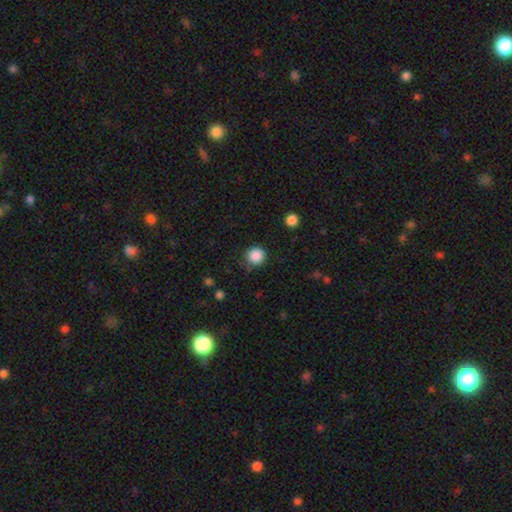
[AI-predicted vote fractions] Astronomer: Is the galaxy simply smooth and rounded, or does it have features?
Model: smooth — 86%.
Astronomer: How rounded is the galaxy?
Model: round — 94%.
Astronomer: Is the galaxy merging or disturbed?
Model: none — 80%.